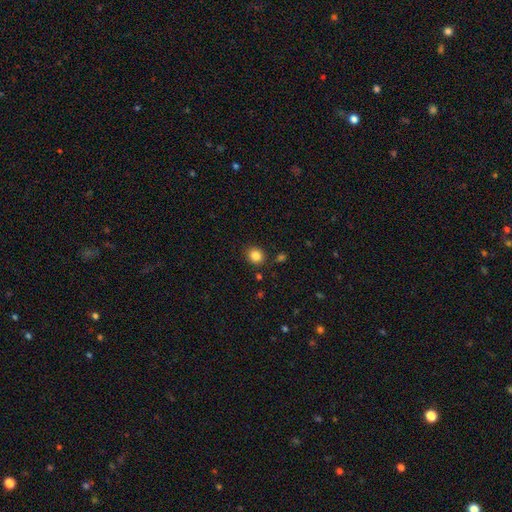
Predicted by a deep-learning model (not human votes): This appears to be a smooth galaxy with no disk features (86%) that is round (75%). Merging: none (85%).